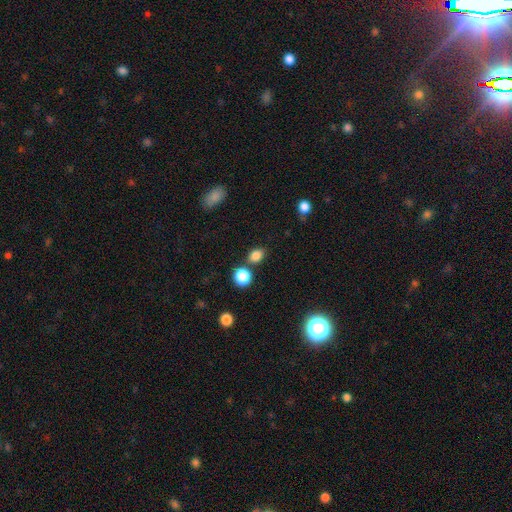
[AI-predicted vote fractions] Smooth or featured?
  - smooth: 83% *
  - star or artifact: 13%
  - featured or disk: 5%
How rounded?
  - in between: 52% *
  - round: 47%
  - cigar-shaped: 1%
Merging?
  - none: 71% *
  - merger: 14%
  - minor disturbance: 11%
  - major disturbance: 3%